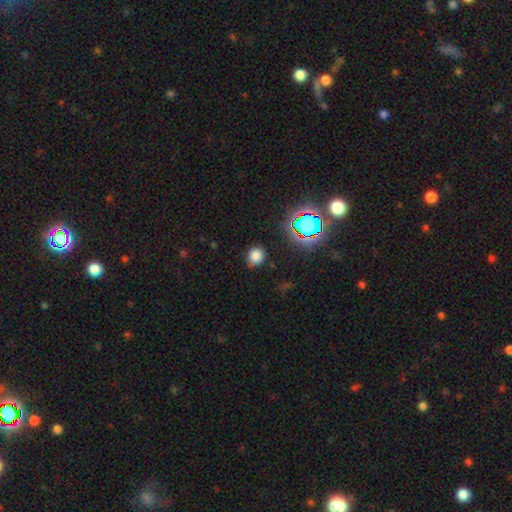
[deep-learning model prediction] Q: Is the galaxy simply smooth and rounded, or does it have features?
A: smooth — 76%.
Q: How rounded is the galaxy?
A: round — 81%.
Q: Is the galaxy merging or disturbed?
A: none — 78%.